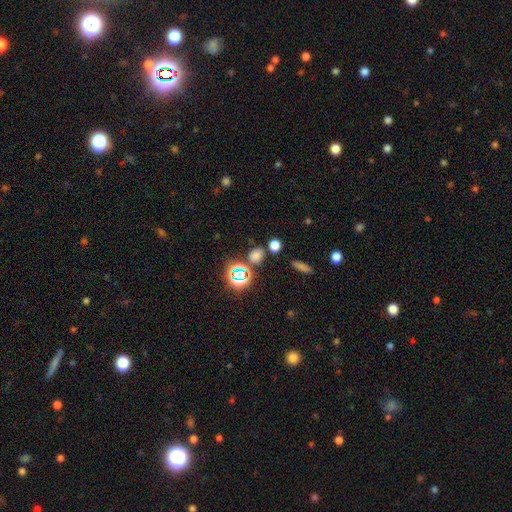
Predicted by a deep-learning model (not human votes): Q: Smooth or featured?
A: smooth (65%); runner-up: star or artifact (29%)
Q: How rounded?
A: round (64%); runner-up: in between (34%)
Q: Merging?
A: none (77%); runner-up: merger (10%)